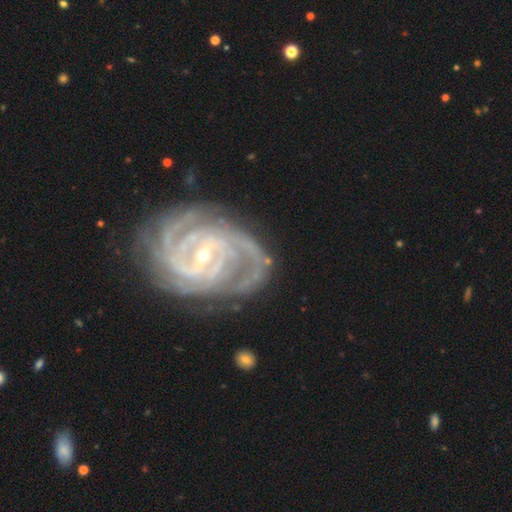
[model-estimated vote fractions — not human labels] Smooth or featured: featured or disk — 92% (star or artifact — 5%)
Edge-on disk: no — 98% (yes — 2%)
Bar: strong — 47% (weak — 38%)
Spiral arms: yes — 98% (no — 2%)
Spiral winding: tight — 61% (medium — 33%)
Spiral arm count: 3 — 23% (tied with 2 — 23%; 4 — 23%)
Bulge size: small — 81% (moderate — 16%)
Merging: none — 71% (minor disturbance — 17%)